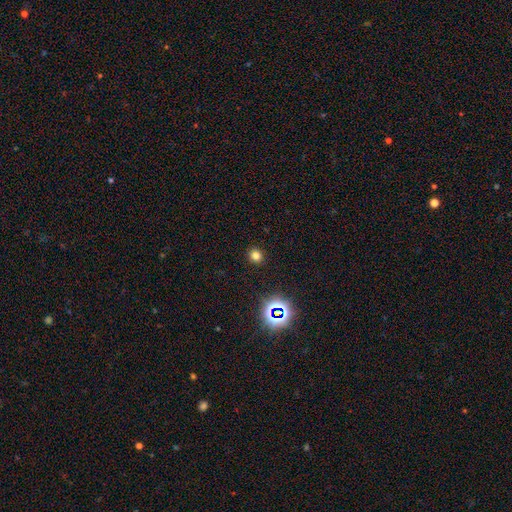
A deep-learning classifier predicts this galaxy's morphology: Smooth or featured? smooth (74%)
How rounded? round (84%)
Merging? none (91%)